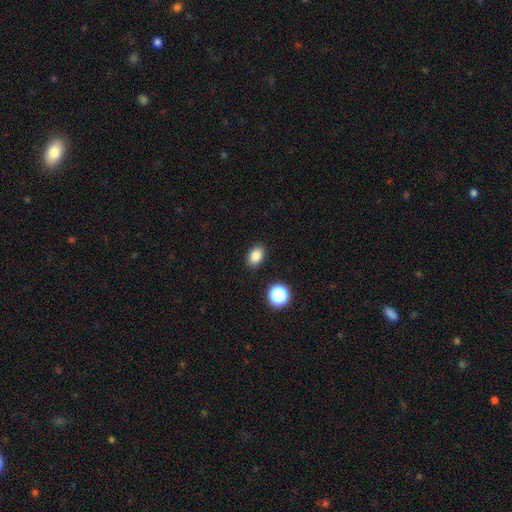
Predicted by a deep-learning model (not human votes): The model was most divided on "how rounded": in between: 77%, round: 22%, cigar-shaped: 1%. More confident: merging — none (89%); smooth or featured — smooth (85%).